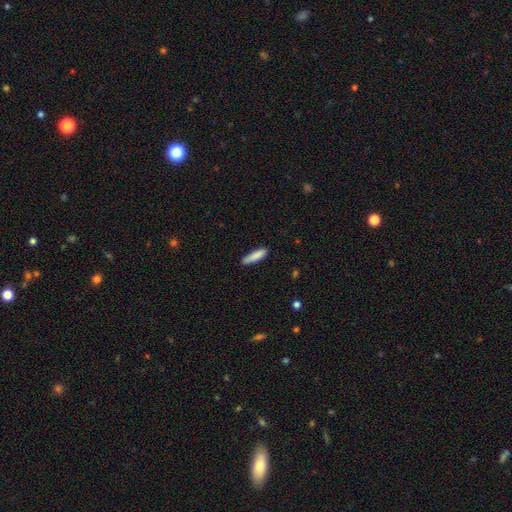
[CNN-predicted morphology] type=smooth (86%); roundness=cigar-shaped (75%); merging=none (81%).